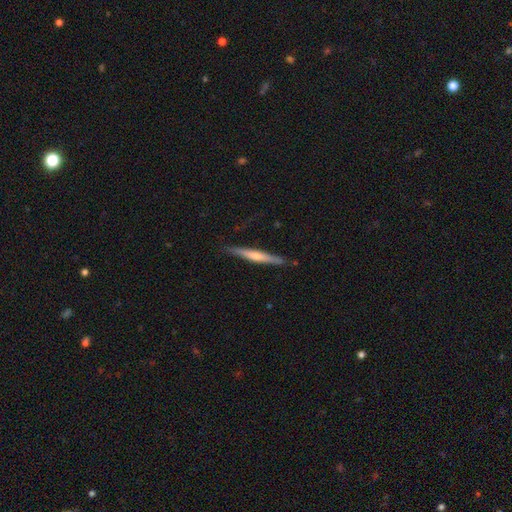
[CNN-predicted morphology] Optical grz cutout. It shows a featured or disk galaxy (62%) viewed edge-on (97%) with a rounded central bulge (63%). Merging: none (88%).